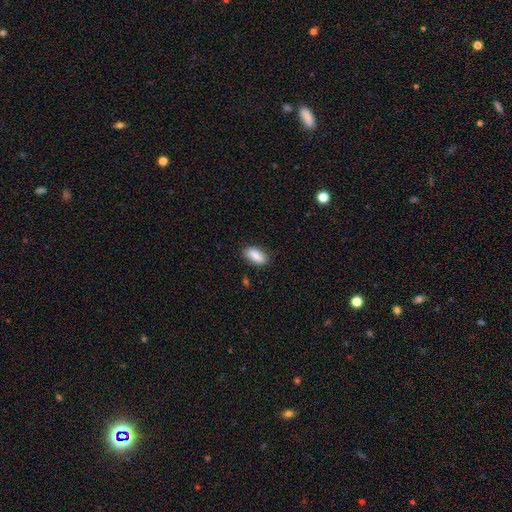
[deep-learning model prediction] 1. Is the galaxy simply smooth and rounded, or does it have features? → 87% smooth, 7% star or artifact, 6% featured or disk.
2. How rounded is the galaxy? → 86% in between, 10% cigar-shaped, 3% round.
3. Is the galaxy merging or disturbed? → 83% none, 12% minor disturbance, 3% major disturbance, 2% merger.